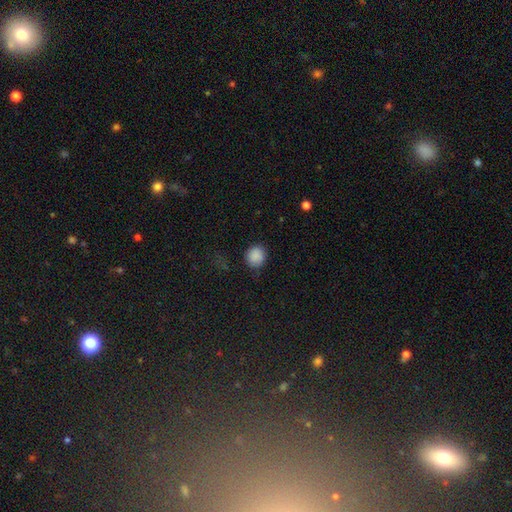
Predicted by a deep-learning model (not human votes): Smooth or featured: smooth — 87% (star or artifact — 9%)
How rounded: round — 83% (in between — 16%)
Merging: none — 77% (minor disturbance — 17%)